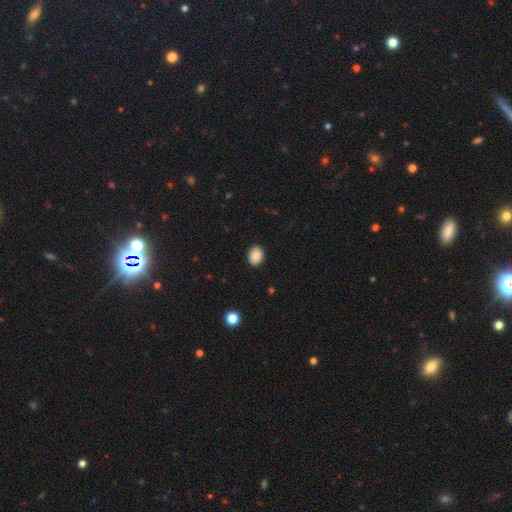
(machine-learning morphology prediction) A smooth galaxy with no disk features (88%) that is in between round and cigar-shaped (58%).

Vote fractions:
- Smooth or featured? smooth: 88% / star or artifact: 8% / featured or disk: 4%
- How rounded? in between: 58% / round: 41% / cigar-shaped: 1%
- Merging? none: 90% / minor disturbance: 7% / major disturbance: 2% / merger: 1%